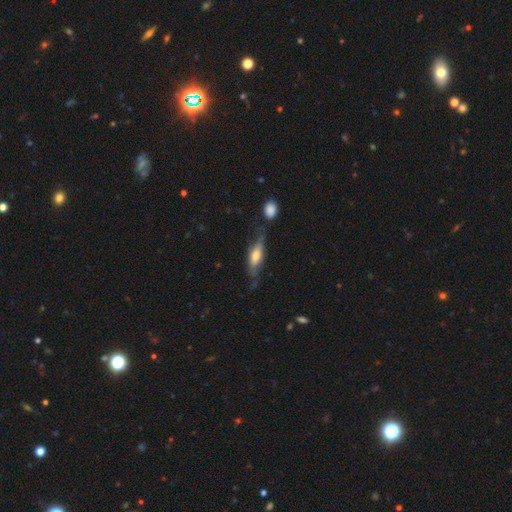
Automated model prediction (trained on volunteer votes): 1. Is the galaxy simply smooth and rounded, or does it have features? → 52% featured or disk, 42% smooth, 6% star or artifact.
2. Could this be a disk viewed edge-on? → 81% yes, 19% no.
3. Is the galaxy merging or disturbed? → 61% none, 23% minor disturbance, 10% major disturbance, 6% merger.